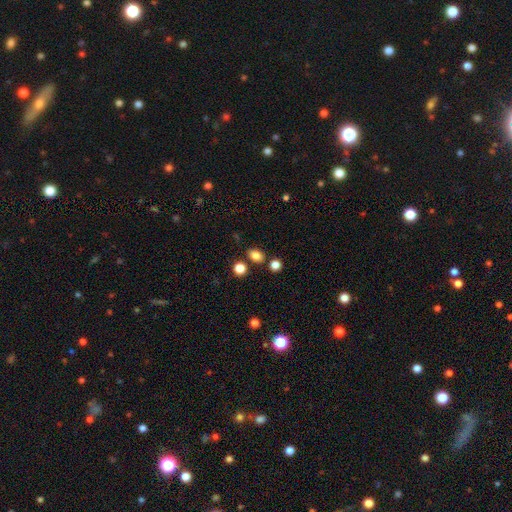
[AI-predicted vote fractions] The model was most divided on "how rounded": in between: 61%, round: 38%, cigar-shaped: 1%. More confident: smooth or featured — smooth (83%); merging — none (79%).